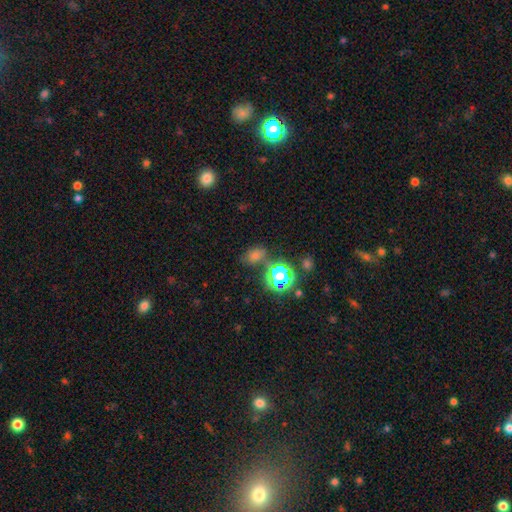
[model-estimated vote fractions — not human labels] This is possibly a smooth galaxy (50%). Merging: likely none (73%).